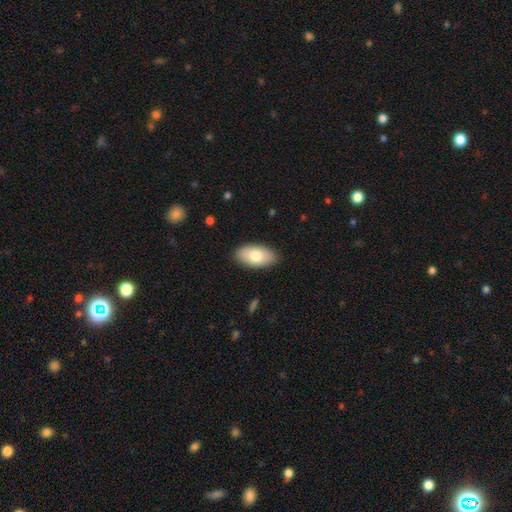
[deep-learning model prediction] A smooth galaxy with no disk features (75%) that is in between round and cigar-shaped (94%).

Vote fractions:
- Smooth or featured? smooth: 75% / featured or disk: 19% / star or artifact: 6%
- How rounded? in between: 94% / round: 3% / cigar-shaped: 2%
- Merging? none: 87% / minor disturbance: 10% / major disturbance: 2% / merger: 1%